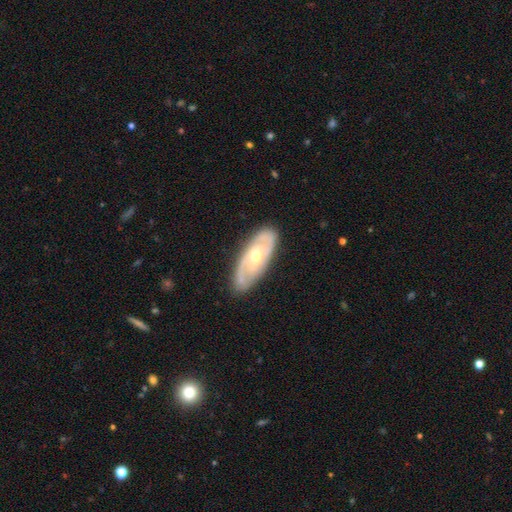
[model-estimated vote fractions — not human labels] This appears to be a featured or disk galaxy (77%) with no bar (59%), 2 (58%) tight (50%) spiral arms (87%) and a moderate central bulge (61%). Merging: none (83%).